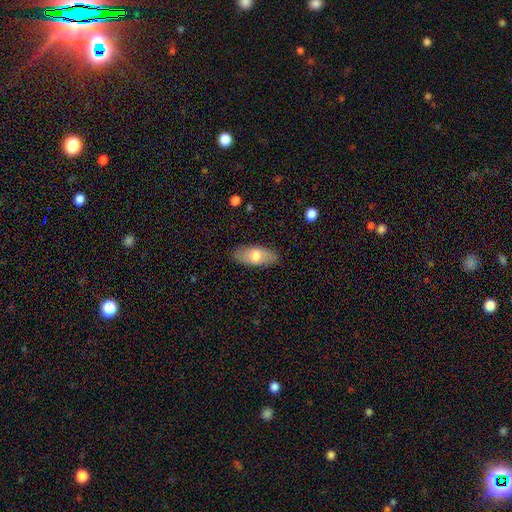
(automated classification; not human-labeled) This is likely a smooth galaxy (69%). How rounded: clearly in between (87%). Merging: clearly none (85%).